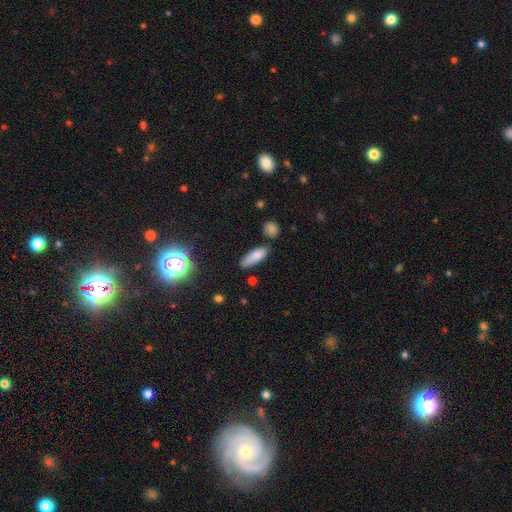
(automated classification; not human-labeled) Morphology: type=smooth (81%); roundness=in between (57%); merging=none (72%).